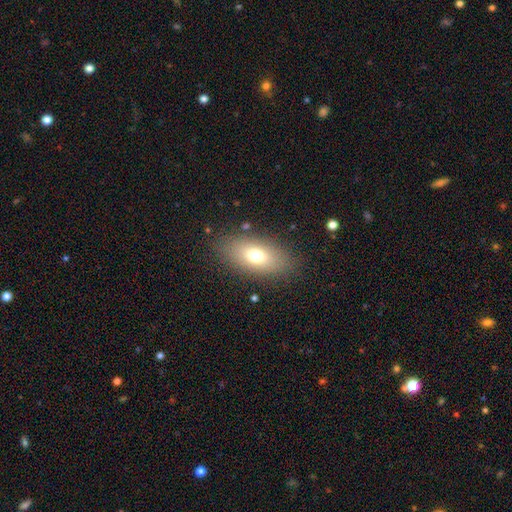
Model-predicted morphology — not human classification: smooth-or-featured: smooth: 71% | featured or disk: 19% | star or artifact: 10%
  how-rounded: in between: 85% | round: 7% | cigar-shaped: 7%
  merging: none: 83% | minor disturbance: 11% | major disturbance: 5% | merger: 2%